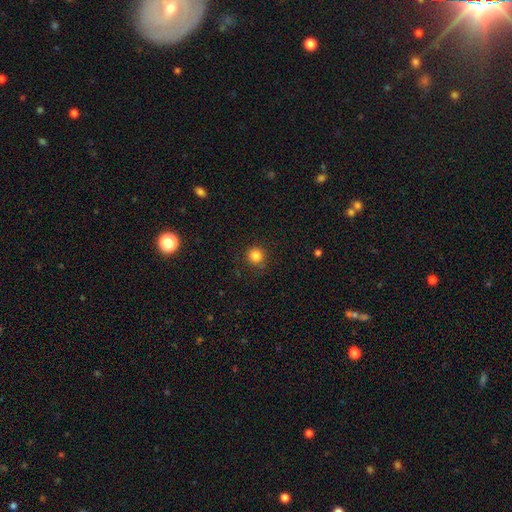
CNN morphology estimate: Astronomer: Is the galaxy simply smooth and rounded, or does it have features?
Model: smooth — 84%.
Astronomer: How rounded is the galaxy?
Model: round — 94%.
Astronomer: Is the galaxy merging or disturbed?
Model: none — 86%.